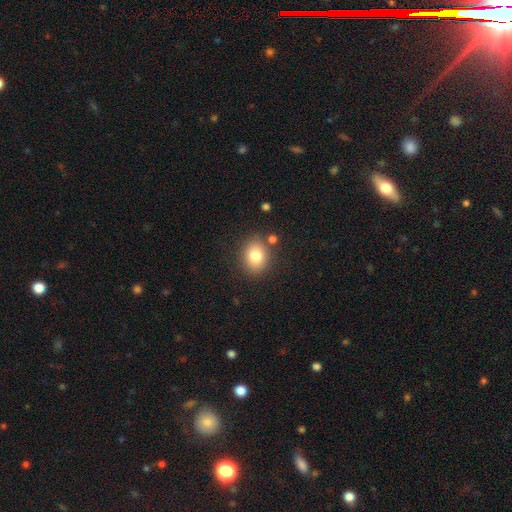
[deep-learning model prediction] A smooth galaxy with no disk features (81%) that is round (53%). Merging: none (80%).